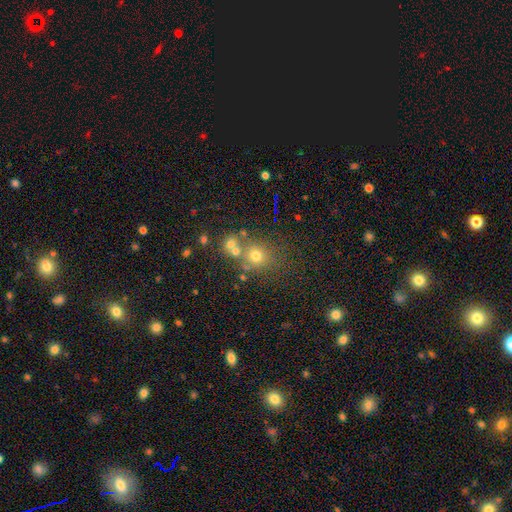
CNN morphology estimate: smooth-or-featured: smooth: 63% | star or artifact: 22% | featured or disk: 15%
  how-rounded: round: 80% | in between: 19% | cigar-shaped: 1%
  merging: none: 58% | merger: 27% | minor disturbance: 10% | major disturbance: 5%